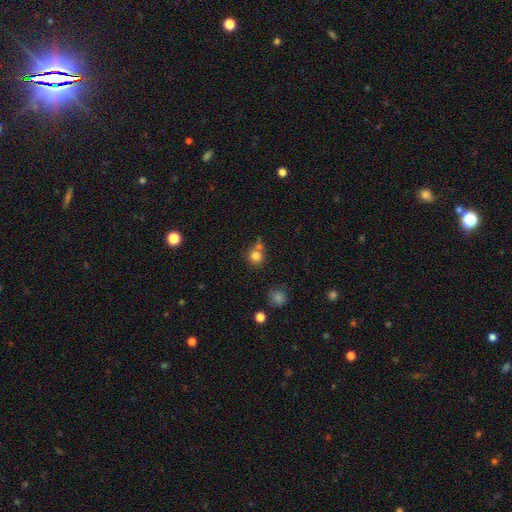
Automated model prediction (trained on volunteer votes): Smooth or featured?
  - smooth: 79% *
  - star or artifact: 13%
  - featured or disk: 8%
How rounded?
  - round: 89% *
  - in between: 10%
  - cigar-shaped: 1%
Merging?
  - none: 59% *
  - merger: 27%
  - minor disturbance: 11%
  - major disturbance: 4%